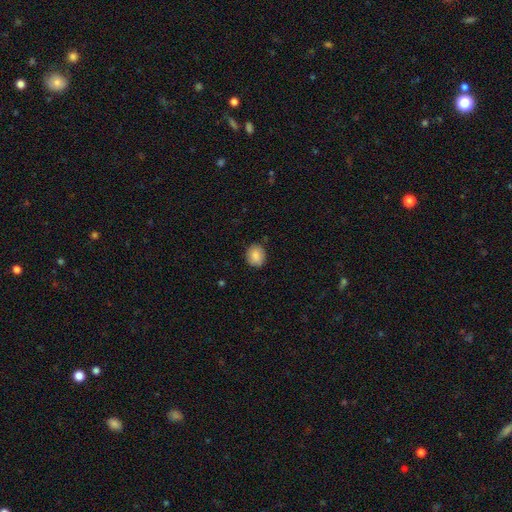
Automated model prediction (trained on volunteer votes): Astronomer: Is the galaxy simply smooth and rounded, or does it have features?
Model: smooth — 86%.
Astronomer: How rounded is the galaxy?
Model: round — 69%.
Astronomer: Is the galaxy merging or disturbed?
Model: none — 82%.